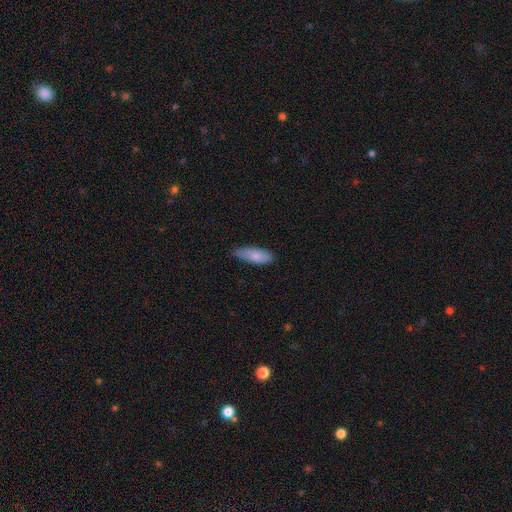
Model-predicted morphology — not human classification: Smooth or featured? smooth (80%)
How rounded? in between (68%)
Merging? none (72%)